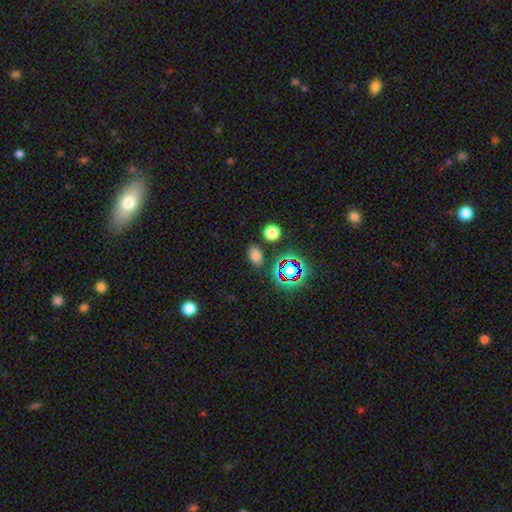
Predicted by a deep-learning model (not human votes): A smooth galaxy with no disk features (70%) that is in between round and cigar-shaped (78%). Merging: none (80%).